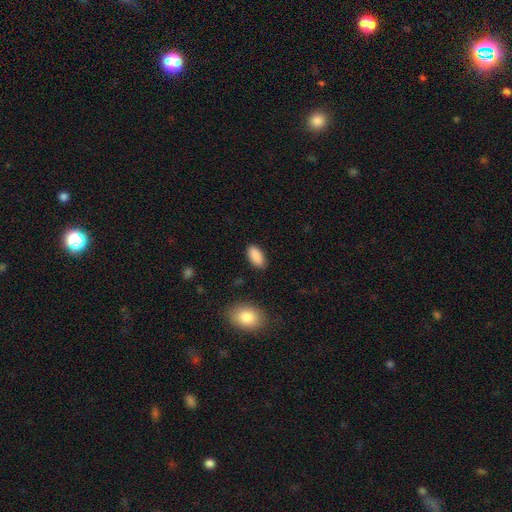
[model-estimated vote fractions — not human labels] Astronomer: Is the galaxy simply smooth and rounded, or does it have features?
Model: smooth — 90%.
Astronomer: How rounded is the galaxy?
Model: in between — 91%.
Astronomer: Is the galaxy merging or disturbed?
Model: none — 86%.